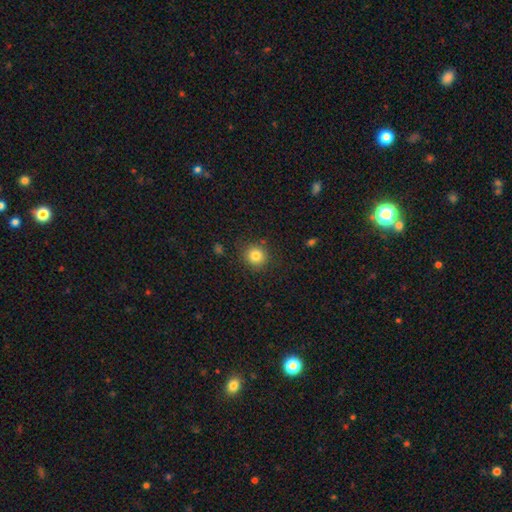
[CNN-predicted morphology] The model was most divided on "smooth or featured": smooth: 82%, star or artifact: 11%, featured or disk: 7%. More confident: how rounded — round (91%); merging — none (86%).